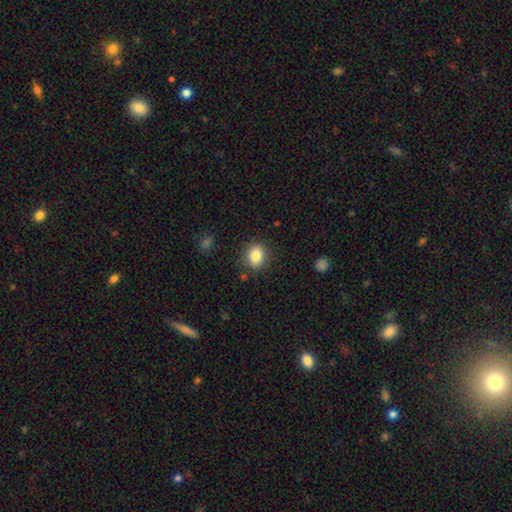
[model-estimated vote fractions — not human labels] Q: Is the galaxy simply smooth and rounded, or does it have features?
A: smooth — 84%.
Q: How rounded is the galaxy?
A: round — 54%.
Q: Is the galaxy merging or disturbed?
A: none — 85%.